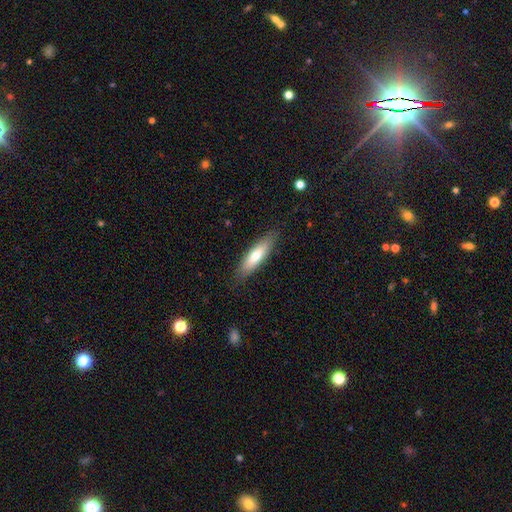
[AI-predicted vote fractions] The model was most divided on "how rounded": cigar-shaped: 61%, in between: 38%, round: 2%. More confident: merging — none (86%); smooth or featured — smooth (70%).